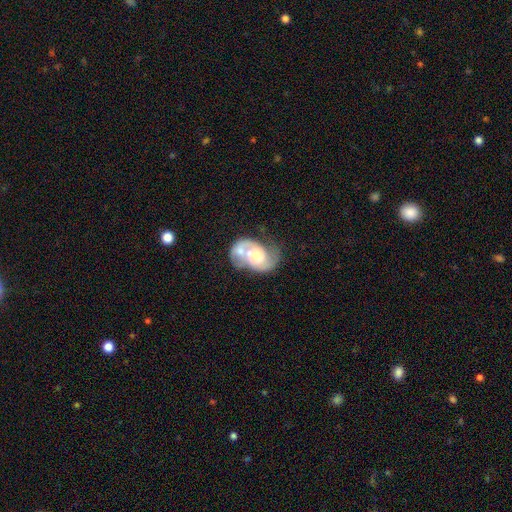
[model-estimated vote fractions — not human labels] Smooth or featured? Predicted: featured or disk (p=0.68). Edge-on disk? Predicted: no (p=0.97). Bar? Predicted: no (p=0.68). Spiral arms? Predicted: yes (p=0.77). Spiral winding? Predicted: medium (p=0.44). Spiral arm count? Predicted: 2 (p=0.69). Bulge size? Predicted: moderate (p=0.43). Merging? Predicted: merger (p=0.45).